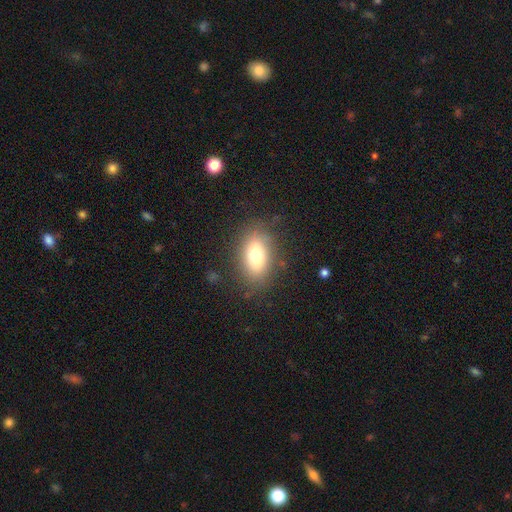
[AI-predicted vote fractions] Smooth or featured?
  - smooth: 72% *
  - featured or disk: 17%
  - star or artifact: 11%
How rounded?
  - in between: 81% *
  - round: 15%
  - cigar-shaped: 4%
Merging?
  - none: 81% *
  - minor disturbance: 13%
  - major disturbance: 5%
  - merger: 1%